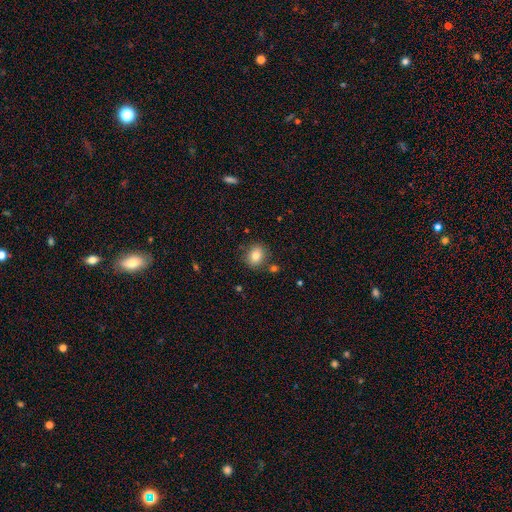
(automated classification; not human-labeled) Q: Smooth or featured?
A: smooth (82%); runner-up: star or artifact (10%)
Q: How rounded?
A: round (54%); runner-up: in between (45%)
Q: Merging?
A: none (82%); runner-up: minor disturbance (11%)